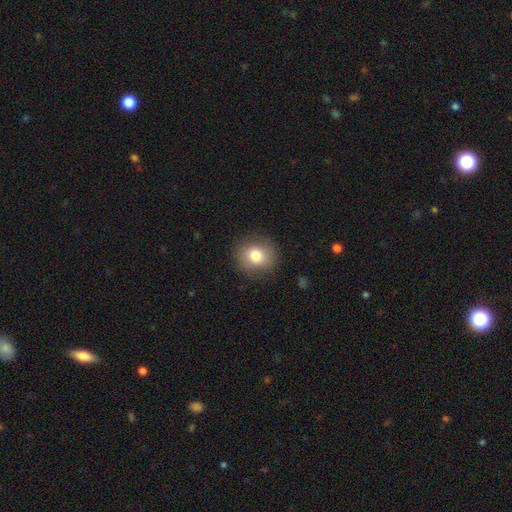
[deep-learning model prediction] Overall: smooth (80%). How rounded: round (77%). Merging: none (87%).